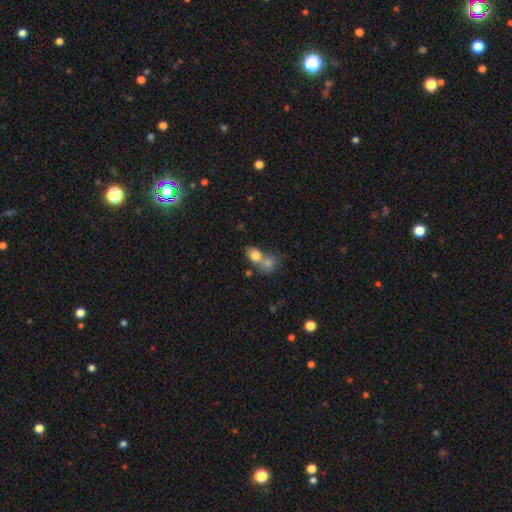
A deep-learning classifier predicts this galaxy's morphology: Smooth or featured? Predicted: smooth (p=0.78). How rounded? Predicted: in between (p=0.62). Merging? Predicted: merger (p=0.65).